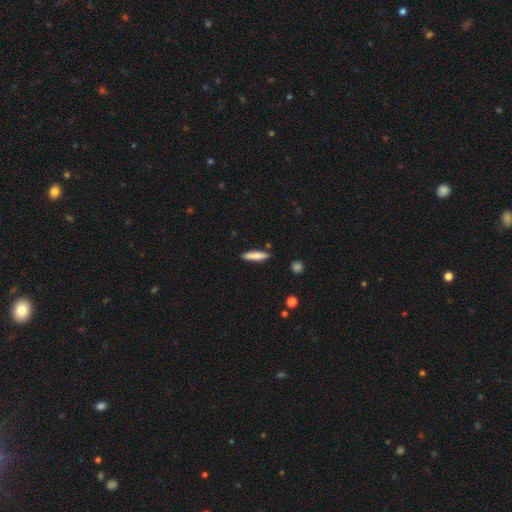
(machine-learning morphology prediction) Overall: smooth (70%). How rounded: cigar-shaped (84%). Merging: none (88%).